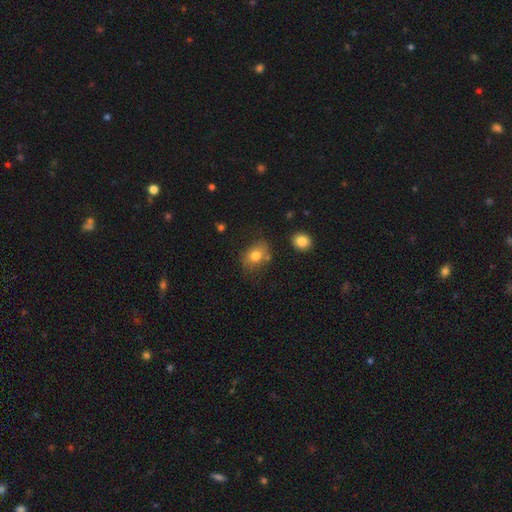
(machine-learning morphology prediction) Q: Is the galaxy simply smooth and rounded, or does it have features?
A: smooth — 77%.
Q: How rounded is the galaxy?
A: in between — 62%.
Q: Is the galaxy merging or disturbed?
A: none — 71%.